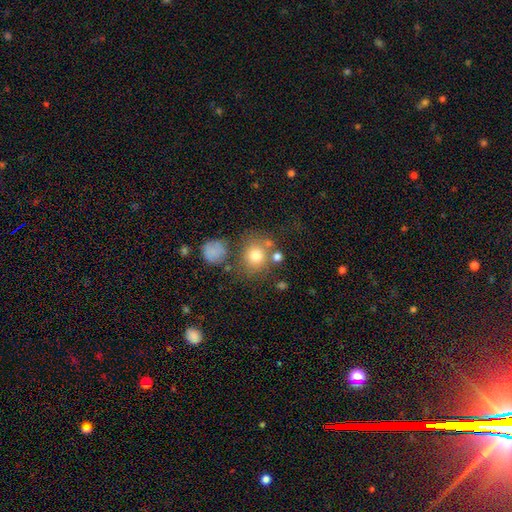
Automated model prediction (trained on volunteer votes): Q: Smooth or featured?
A: smooth (76%); runner-up: featured or disk (12%)
Q: How rounded?
A: round (80%); runner-up: in between (19%)
Q: Merging?
A: none (62%); runner-up: minor disturbance (15%)